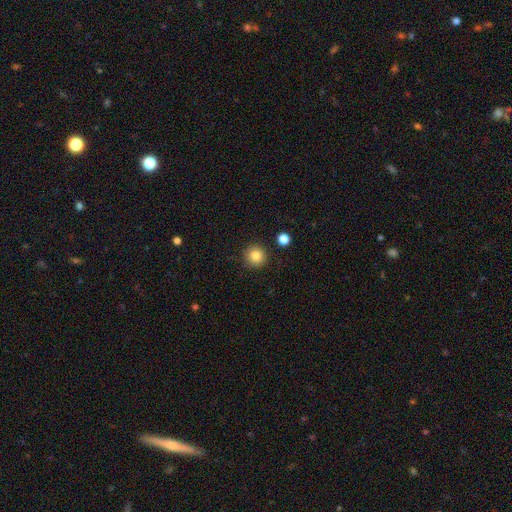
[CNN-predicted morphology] Overall: smooth (85%). How rounded: round (95%). Merging: none (90%).